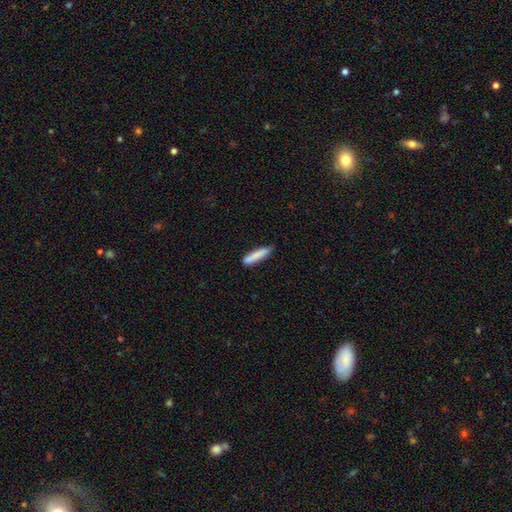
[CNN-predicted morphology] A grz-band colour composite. It shows a smooth galaxy with no disk features (84%) that is cigar-shaped (85%). Merging: none (81%).